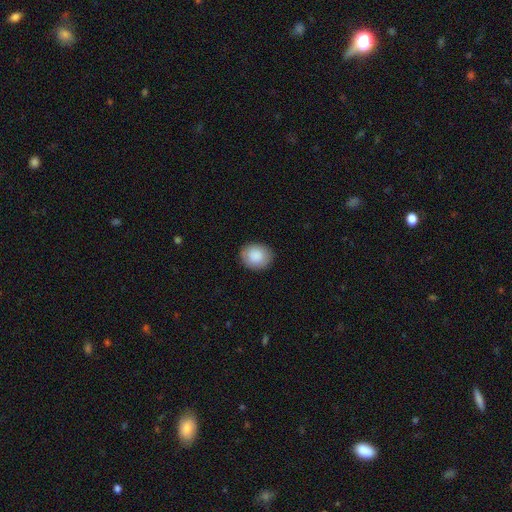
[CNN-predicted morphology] Overall: smooth (88%). How rounded: round (64%; in between 35%). Merging: none (87%).